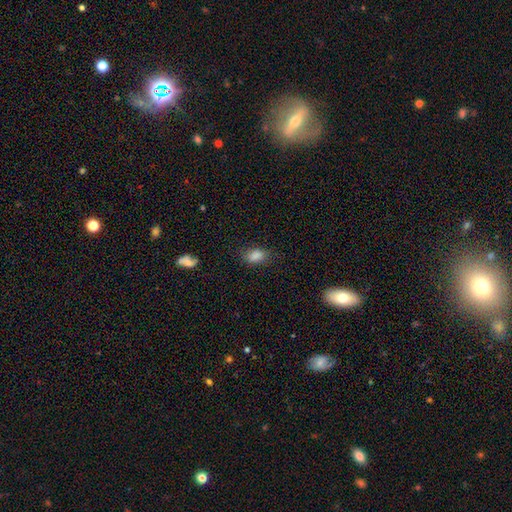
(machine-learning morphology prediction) Smooth or featured?
  - smooth: 85% *
  - star or artifact: 9%
  - featured or disk: 6%
How rounded?
  - in between: 86% *
  - round: 11%
  - cigar-shaped: 3%
Merging?
  - none: 72% *
  - minor disturbance: 20%
  - major disturbance: 6%
  - merger: 2%